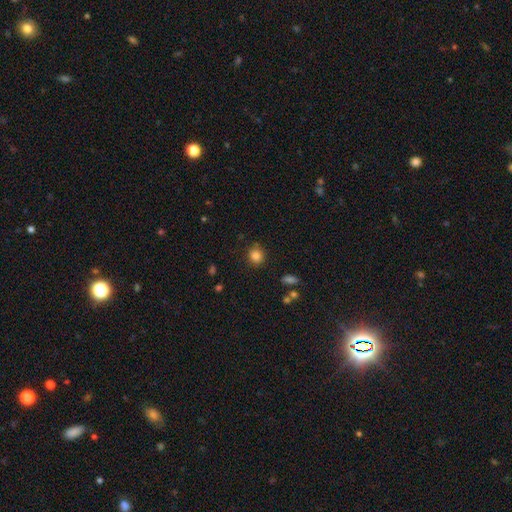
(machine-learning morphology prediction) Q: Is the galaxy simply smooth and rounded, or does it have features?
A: smooth — 84%.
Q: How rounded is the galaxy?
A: round — 86%.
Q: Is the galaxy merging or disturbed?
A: none — 85%.